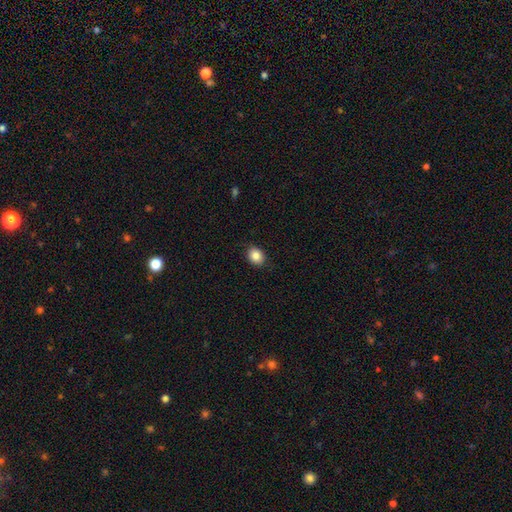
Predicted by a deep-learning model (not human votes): Smooth or featured: smooth — 86% (star or artifact — 9%)
How rounded: in between — 50% (round — 49%)
Merging: none — 87% (minor disturbance — 10%)